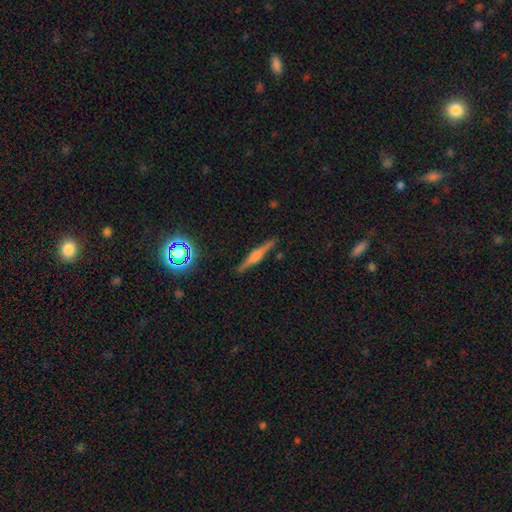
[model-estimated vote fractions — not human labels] This appears to be a featured or disk galaxy (71%) viewed edge-on (98%) with a rounded central bulge (76%). Merging: none (90%).